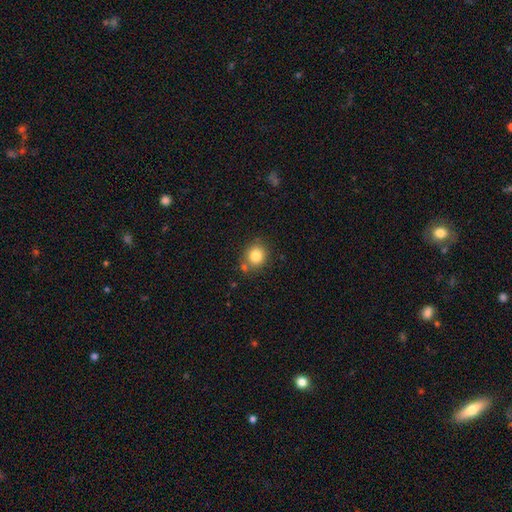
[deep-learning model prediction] Smooth or featured? smooth (82%)
How rounded? round (81%)
Merging? none (72%)